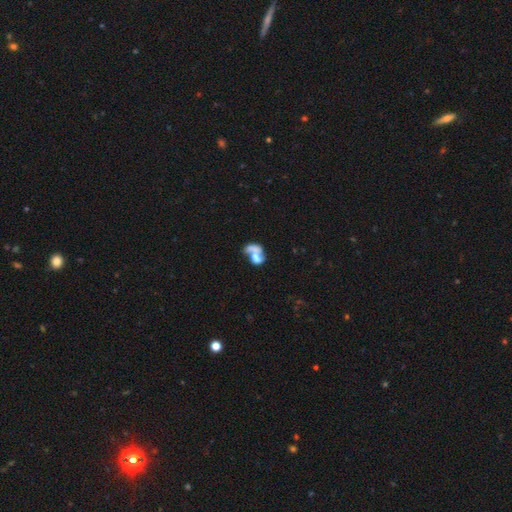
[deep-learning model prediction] Smooth or featured?
  - smooth: 46% *
  - featured or disk: 43%
  - star or artifact: 11%
Merging?
  - merger: 62% *
  - major disturbance: 16%
  - none: 15%
  - minor disturbance: 8%